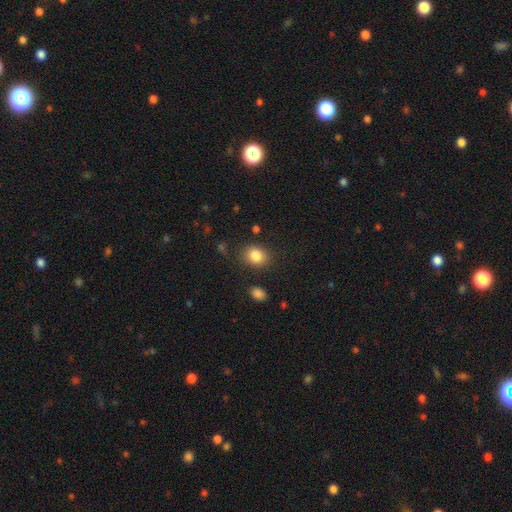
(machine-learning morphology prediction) Q: Smooth or featured?
A: smooth (84%); runner-up: star or artifact (10%)
Q: How rounded?
A: round (54%); runner-up: in between (45%)
Q: Merging?
A: none (83%); runner-up: minor disturbance (11%)